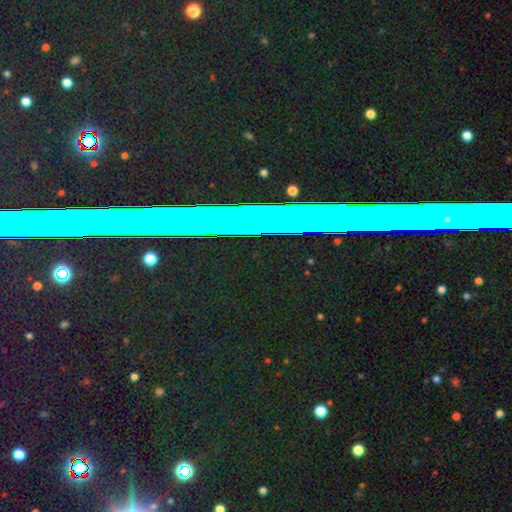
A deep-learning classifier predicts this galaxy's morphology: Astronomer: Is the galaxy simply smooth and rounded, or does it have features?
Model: star or artifact — 77%.